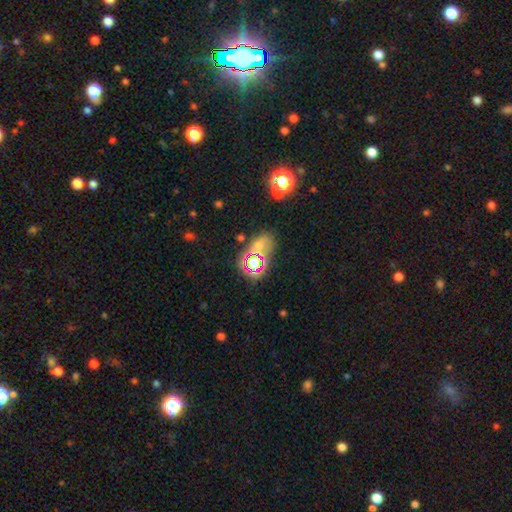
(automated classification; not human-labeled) This is likely a star or artifact rather than a galaxy (60%).